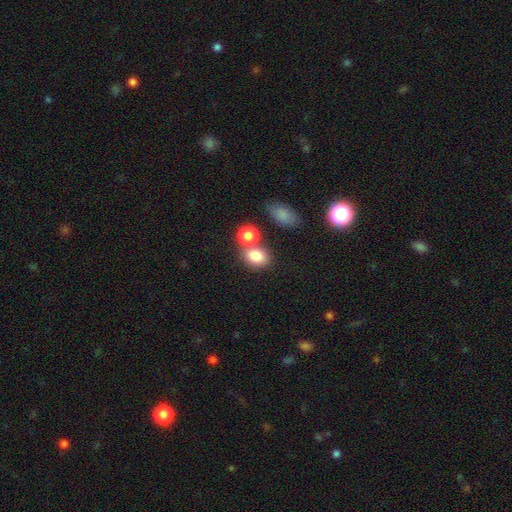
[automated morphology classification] smooth-or-featured: smooth: 82% | star or artifact: 10% | featured or disk: 8%
  how-rounded: in between: 63% | round: 35% | cigar-shaped: 1%
  merging: none: 48% | merger: 37% | minor disturbance: 11% | major disturbance: 5%